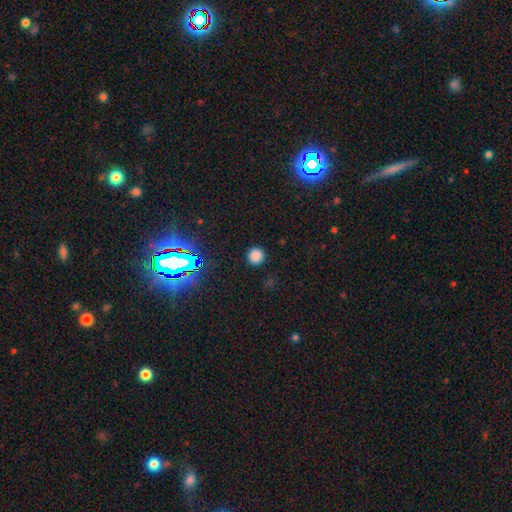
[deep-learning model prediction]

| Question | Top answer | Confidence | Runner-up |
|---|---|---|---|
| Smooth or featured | smooth | 79% | star or artifact (18%) |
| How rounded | round | 93% | in between (6%) |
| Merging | none | 91% | minor disturbance (6%) |